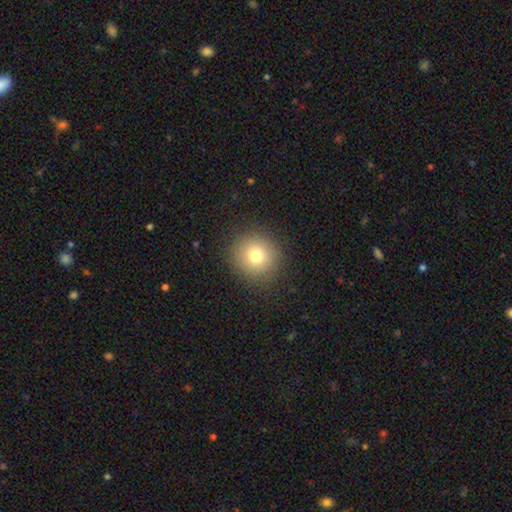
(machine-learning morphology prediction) Q: Smooth or featured?
A: smooth (76%); runner-up: star or artifact (14%)
Q: How rounded?
A: round (94%); runner-up: in between (5%)
Q: Merging?
A: none (90%); runner-up: minor disturbance (6%)